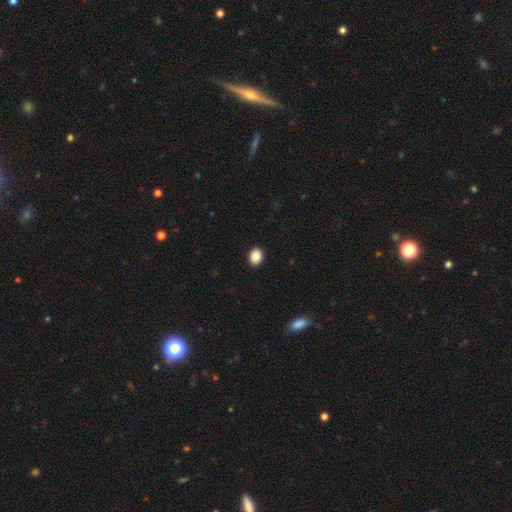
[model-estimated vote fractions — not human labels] The model was most divided on "how rounded": in between: 58%, round: 41%, cigar-shaped: 1%. More confident: merging — none (92%); smooth or featured — smooth (89%).